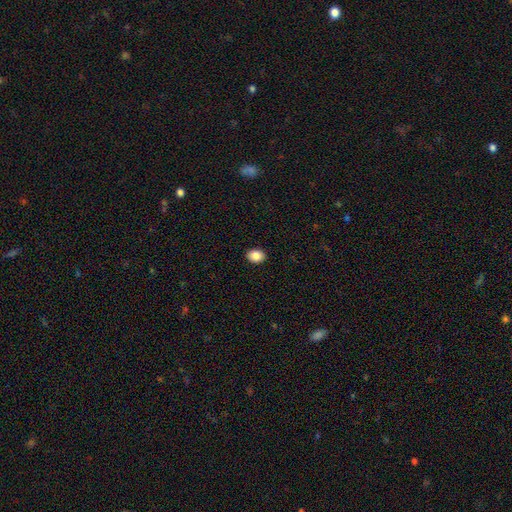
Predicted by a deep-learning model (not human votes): A smooth galaxy with no disk features (87%) that is in between round and cigar-shaped (61%).

Vote fractions:
- Smooth or featured? smooth: 87% / star or artifact: 9% / featured or disk: 4%
- How rounded? in between: 61% / round: 39% / cigar-shaped: 1%
- Merging? none: 91% / minor disturbance: 6% / major disturbance: 2% / merger: 1%